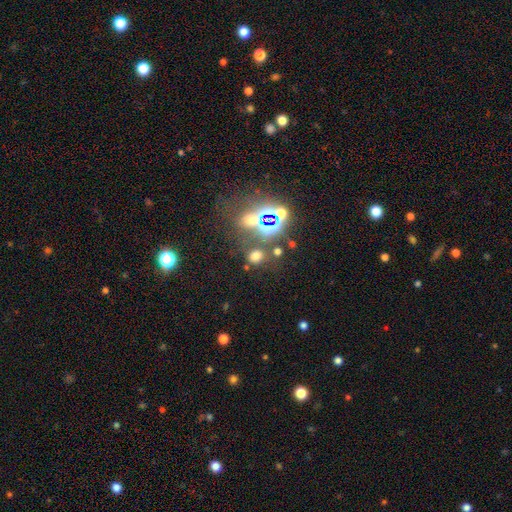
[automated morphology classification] The model was most divided on "smooth or featured": smooth: 57%, star or artifact: 35%, featured or disk: 8%. More confident: how rounded — round (69%); merging — none (67%).